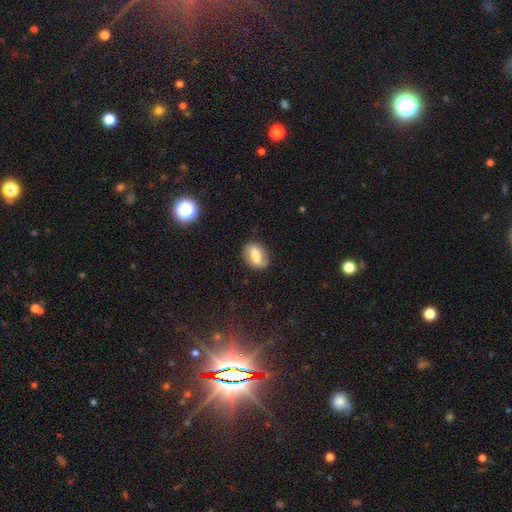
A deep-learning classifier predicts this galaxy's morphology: smooth-or-featured: smooth: 55% | featured or disk: 36% | star or artifact: 9%
  how-rounded: in between: 80% | round: 18% | cigar-shaped: 2%
  merging: none: 79% | minor disturbance: 15% | major disturbance: 4% | merger: 2%